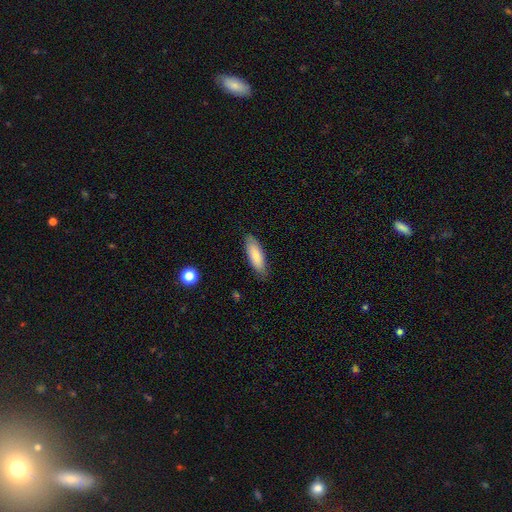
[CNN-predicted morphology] smooth_or_featured: smooth (p=0.83) [alt: featured or disk p=0.11]
how_rounded: in between (p=0.59) [alt: cigar-shaped p=0.40]
merging: none (p=0.83) [alt: minor disturbance p=0.13]